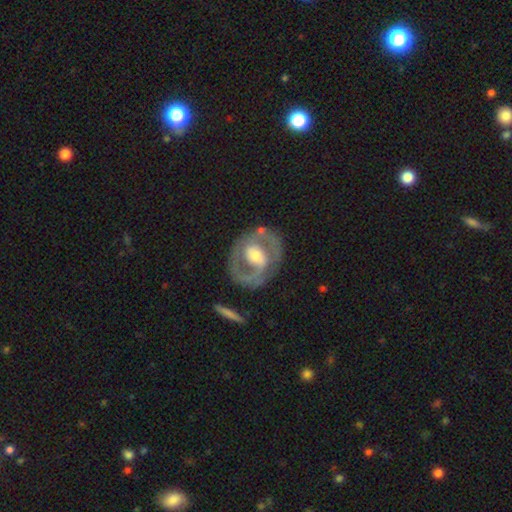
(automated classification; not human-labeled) A featured or disk galaxy (73%) with no bar (37%, tied with weak), spiral arms (58%) and a moderate central bulge (59%).

Vote fractions:
- Smooth or featured? featured or disk: 73% / smooth: 22% / star or artifact: 5%
- Edge-on disk? no: 95% / yes: 5%
- Bar? no: 37% (tied) / weak: 37% (tied) / strong: 26%
- Spiral arms? yes: 58% / no: 42%
- Bulge size? moderate: 59% / small: 22% / large: 16% / none: 2% / dominant: 2%
- Merging? none: 70% / minor disturbance: 16% / major disturbance: 11% / merger: 4%